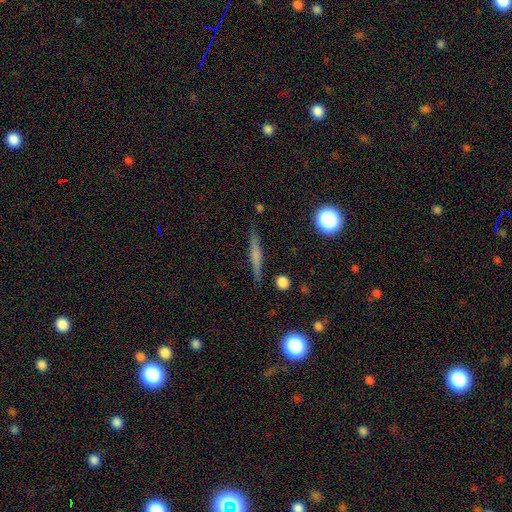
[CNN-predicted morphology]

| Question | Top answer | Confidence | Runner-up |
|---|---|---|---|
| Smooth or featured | smooth | 46% | featured or disk (44%) |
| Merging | none | 88% | minor disturbance (9%) |